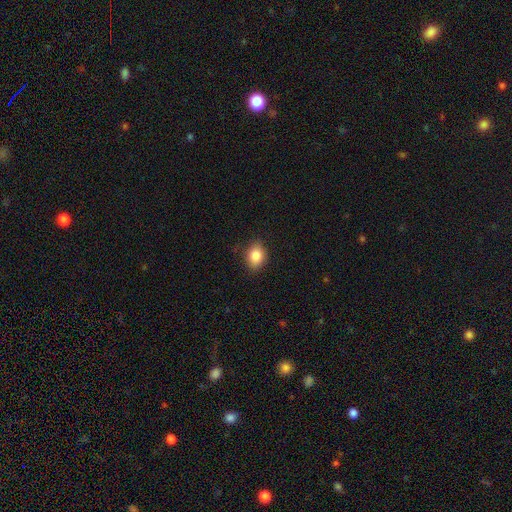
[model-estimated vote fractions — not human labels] The model was most divided on "how rounded": in between: 66%, round: 33%, cigar-shaped: 1%. More confident: smooth or featured — smooth (85%); merging — none (83%).